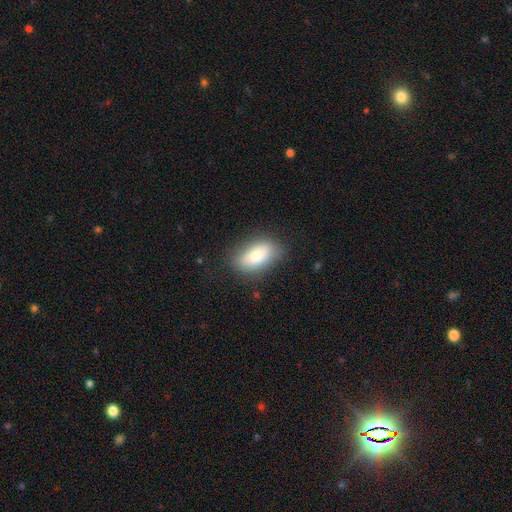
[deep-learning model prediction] This is likely a smooth galaxy (76%). How rounded: clearly in between (90%). Merging: likely none (78%).